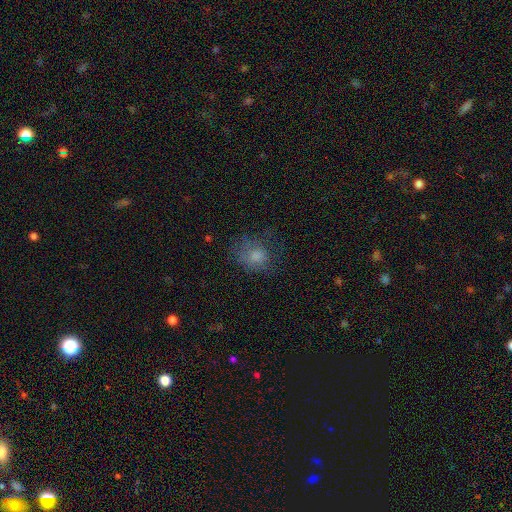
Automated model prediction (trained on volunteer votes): Smooth or featured: smooth — 65% (star or artifact — 18%)
How rounded: round — 67% (in between — 32%)
Merging: none — 60% (minor disturbance — 22%)